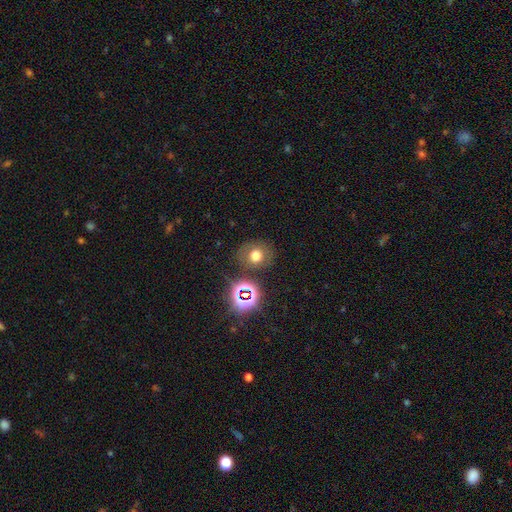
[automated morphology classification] This is likely a smooth galaxy (64%). How rounded: likely round (75%). Merging: likely none (77%).